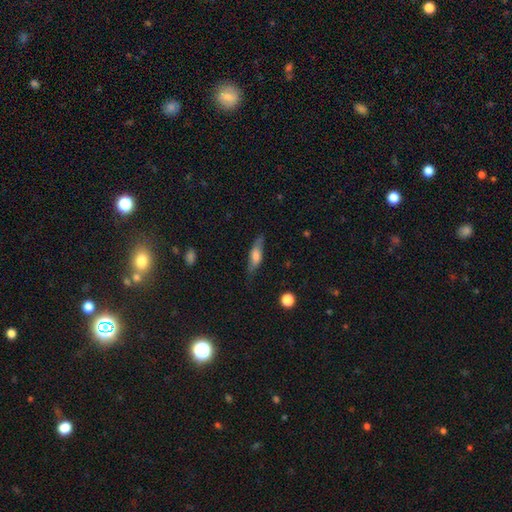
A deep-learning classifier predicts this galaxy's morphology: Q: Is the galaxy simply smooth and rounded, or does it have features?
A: smooth — 57%.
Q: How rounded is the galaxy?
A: in between — 50%.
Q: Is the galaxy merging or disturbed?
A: none — 68%.